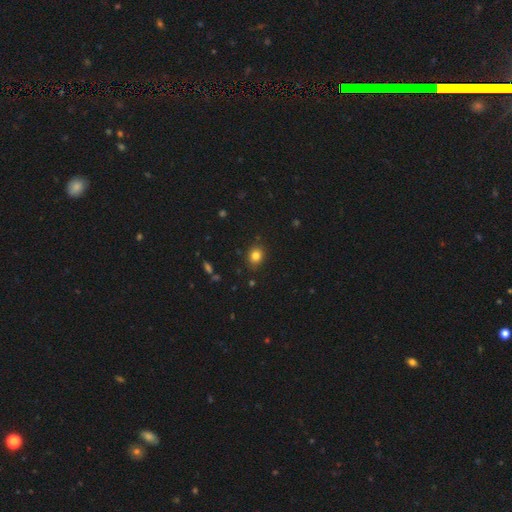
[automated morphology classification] Q: Smooth or featured?
A: smooth (82%); runner-up: star or artifact (12%)
Q: How rounded?
A: round (53%); runner-up: in between (46%)
Q: Merging?
A: none (85%); runner-up: minor disturbance (11%)